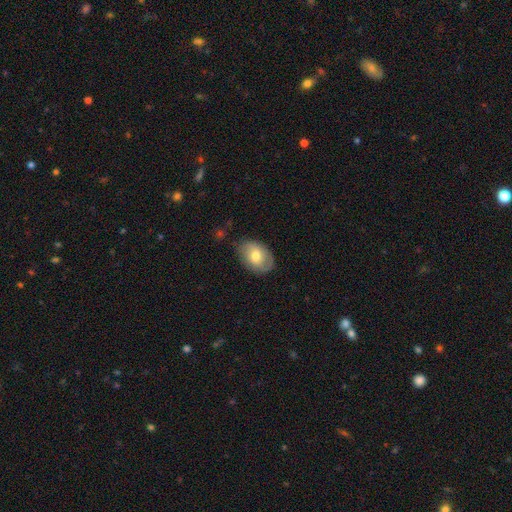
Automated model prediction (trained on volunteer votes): Smooth or featured?
  - smooth: 62% *
  - featured or disk: 31%
  - star or artifact: 7%
How rounded?
  - in between: 79% *
  - round: 20%
  - cigar-shaped: 1%
Merging?
  - none: 77% *
  - minor disturbance: 18%
  - major disturbance: 4%
  - merger: 1%